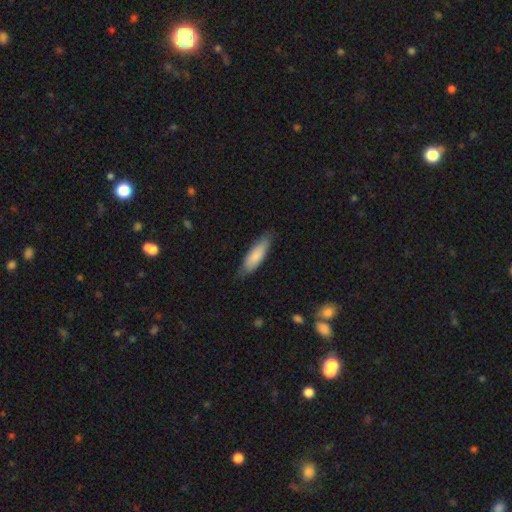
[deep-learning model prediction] smooth 82%, featured or disk 13%, star or artifact 5%. Down the decision tree: how rounded — in between (50%); merging — none (76%).